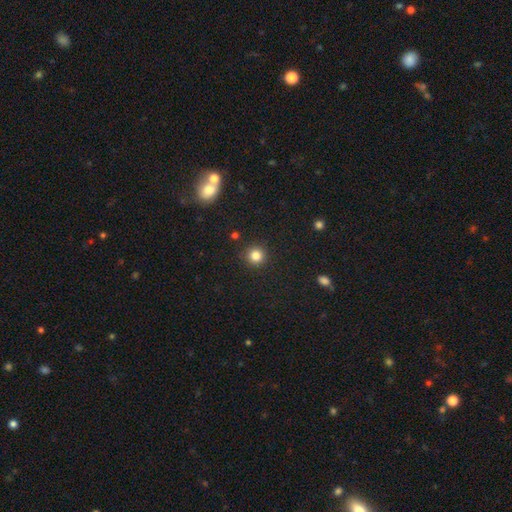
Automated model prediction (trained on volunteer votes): Morphology: type=smooth (83%); roundness=round (94%); merging=none (91%).